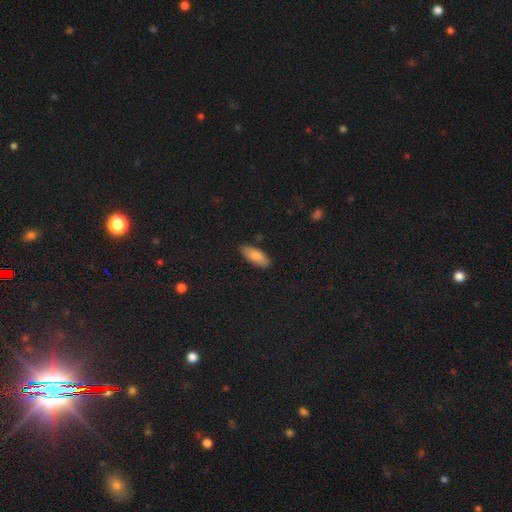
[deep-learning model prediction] The model was most divided on "how rounded": in between: 76%, cigar-shaped: 22%, round: 2%. More confident: smooth or featured — smooth (84%); merging — none (84%).